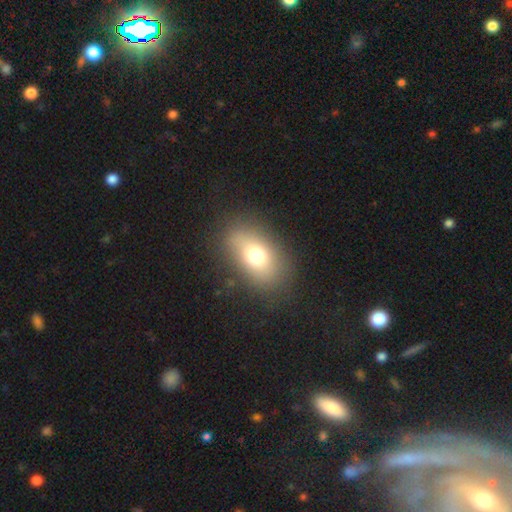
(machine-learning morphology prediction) This is likely a smooth galaxy (70%). How rounded: likely in between (80%). Merging: clearly none (81%).